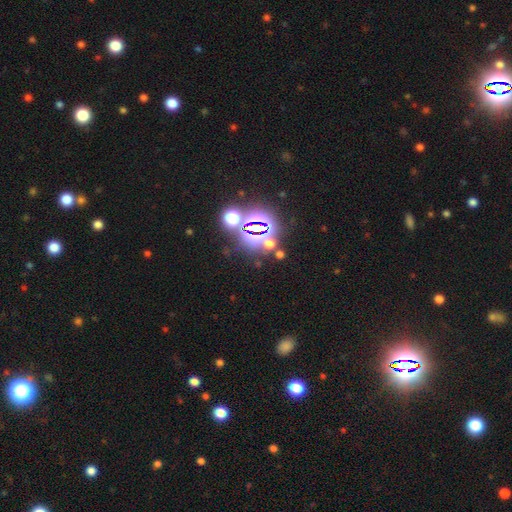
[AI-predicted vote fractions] A star or artifact, not a galaxy (84%).